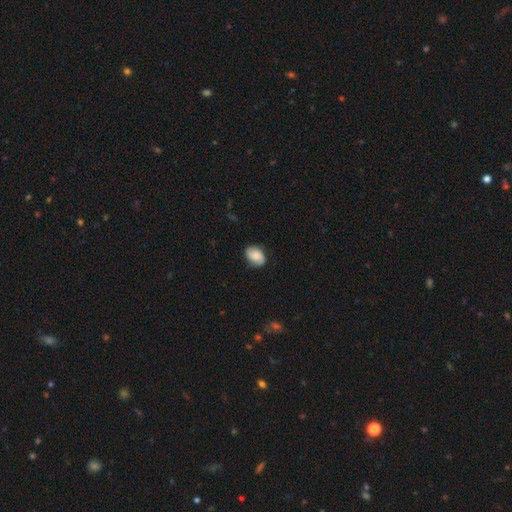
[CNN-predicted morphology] Smooth or featured? Predicted: smooth (p=0.67). How rounded? Predicted: in between (p=0.75). Merging? Predicted: none (p=0.77).